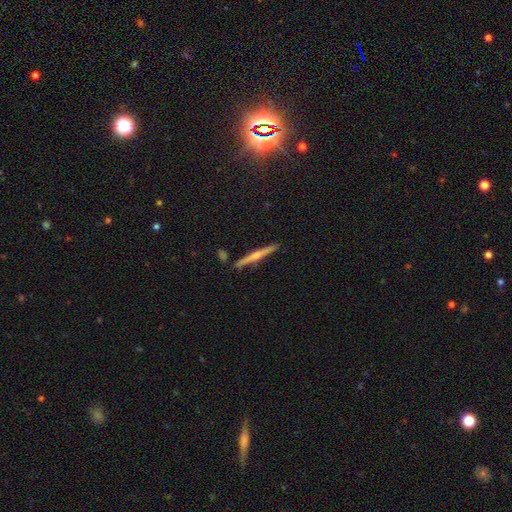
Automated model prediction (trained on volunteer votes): featured or disk 59%, smooth 34%, star or artifact 7%. Down the decision tree: edge-on disk — yes (98%); edge-on bulge — rounded (69%); merging — none (88%).